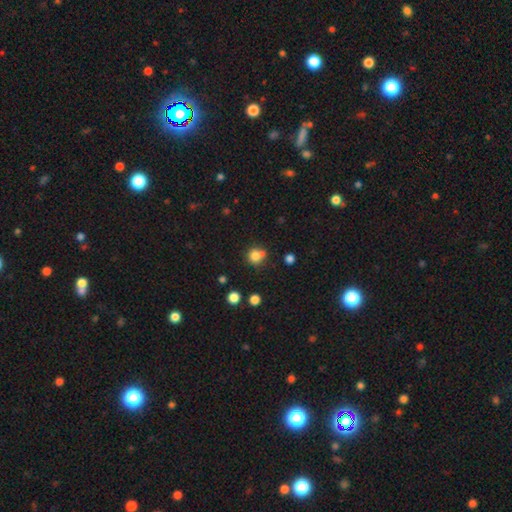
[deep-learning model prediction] smooth-or-featured: smooth: 80% | star or artifact: 13% | featured or disk: 8%
  how-rounded: round: 83% | in between: 16% | cigar-shaped: 1%
  merging: none: 56% | merger: 24% | minor disturbance: 16% | major disturbance: 5%